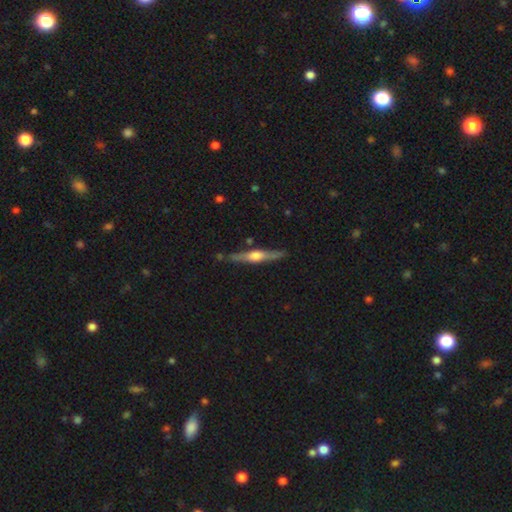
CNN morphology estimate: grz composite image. It shows a featured or disk galaxy (70%) viewed edge-on (97%) with a rounded central bulge (88%). Merging: none (84%).